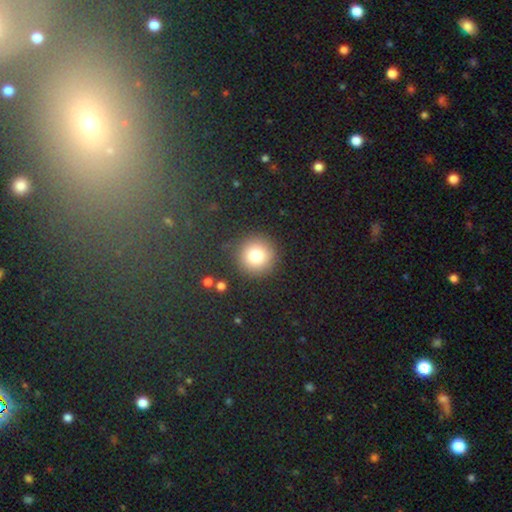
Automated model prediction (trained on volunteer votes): Smooth or featured?
  - smooth: 79% *
  - star or artifact: 13%
  - featured or disk: 8%
How rounded?
  - round: 94% *
  - in between: 5%
  - cigar-shaped: 1%
Merging?
  - none: 89% *
  - minor disturbance: 7%
  - major disturbance: 3%
  - merger: 2%